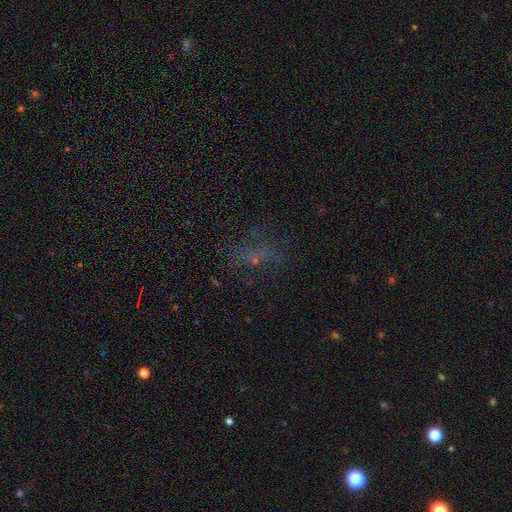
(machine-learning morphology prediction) Smooth or featured?
  - smooth: 37% * (tied)
  - star or artifact: 37% * (tied)
  - featured or disk: 26%
Merging?
  - none: 60% *
  - minor disturbance: 19%
  - major disturbance: 18%
  - merger: 3%